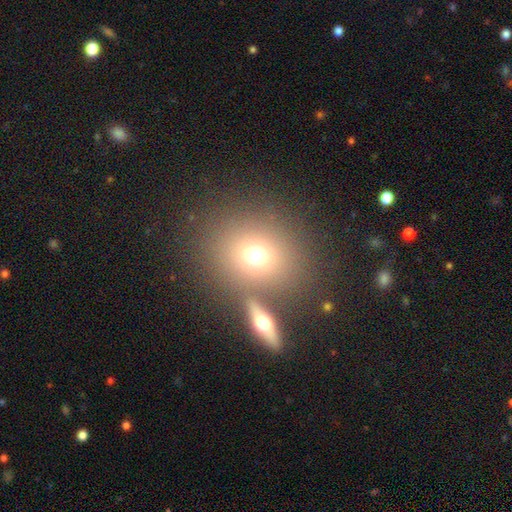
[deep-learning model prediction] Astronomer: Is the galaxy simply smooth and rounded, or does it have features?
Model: smooth — 69%.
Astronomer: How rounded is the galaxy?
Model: round — 71%.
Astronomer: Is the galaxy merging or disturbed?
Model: none — 61%.